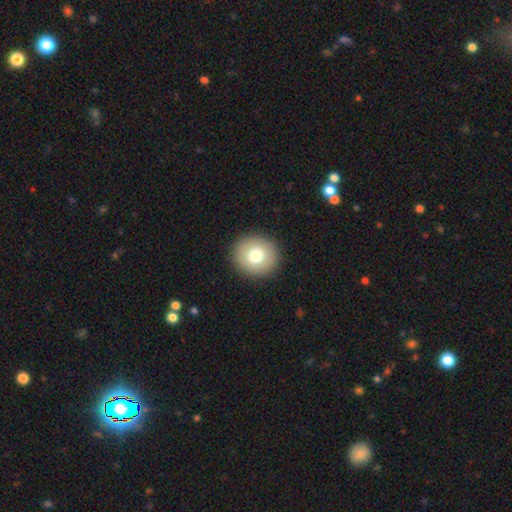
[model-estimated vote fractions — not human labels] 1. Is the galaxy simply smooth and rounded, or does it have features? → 76% smooth, 15% featured or disk, 10% star or artifact.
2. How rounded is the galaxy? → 88% round, 11% in between, 1% cigar-shaped.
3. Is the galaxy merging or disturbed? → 92% none, 5% minor disturbance, 2% major disturbance, 1% merger.